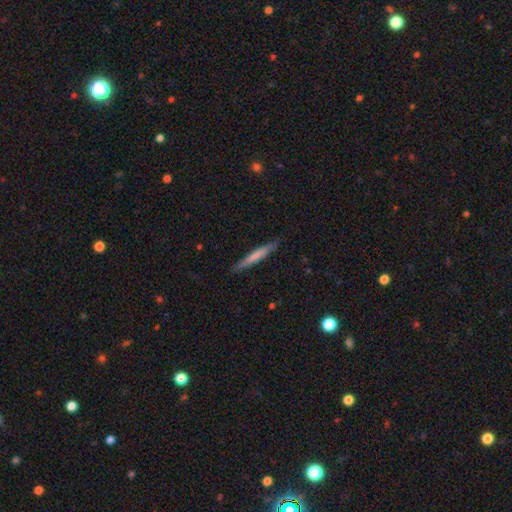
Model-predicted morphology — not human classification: This appears to be a smooth galaxy with no disk features (67%) that is cigar-shaped (96%). Merging: none (88%).